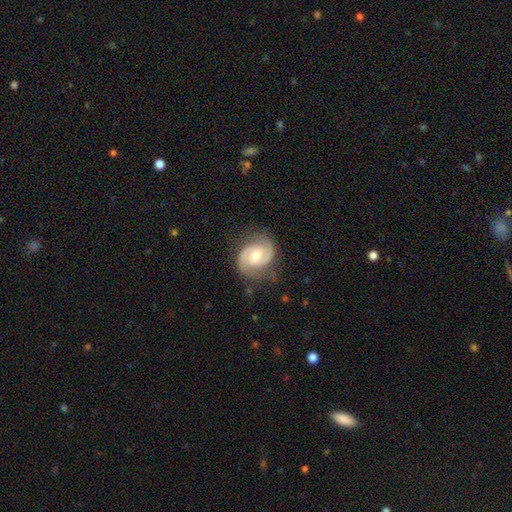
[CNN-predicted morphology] Smooth or featured? Predicted: featured or disk (p=0.86). Edge-on disk? Predicted: no (p=0.98). Bar? Predicted: no (p=0.52). Spiral arms? Predicted: yes (p=0.97). Spiral winding? Predicted: medium (p=0.49). Spiral arm count? Predicted: 2 (p=0.91). Bulge size? Predicted: moderate (p=0.68). Merging? Predicted: none (p=0.74).